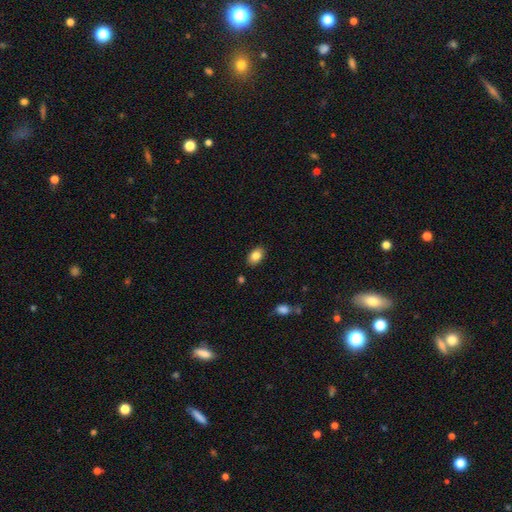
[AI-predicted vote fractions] Smooth or featured: smooth — 84% (featured or disk — 8%)
How rounded: in between — 87% (round — 12%)
Merging: none — 87% (minor disturbance — 9%)